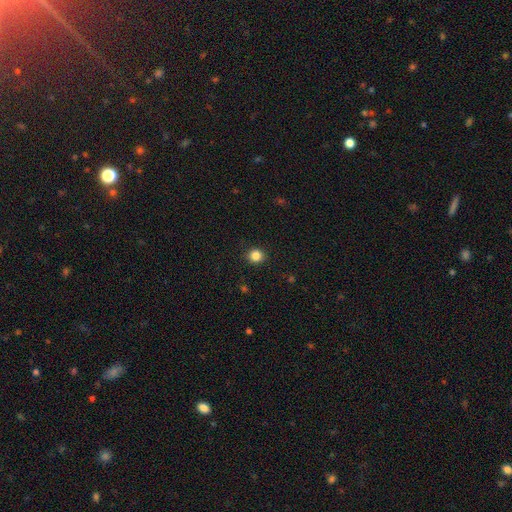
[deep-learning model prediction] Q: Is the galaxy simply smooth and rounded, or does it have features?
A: smooth — 84%.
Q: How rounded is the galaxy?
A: round — 89%.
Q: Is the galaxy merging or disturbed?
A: none — 90%.